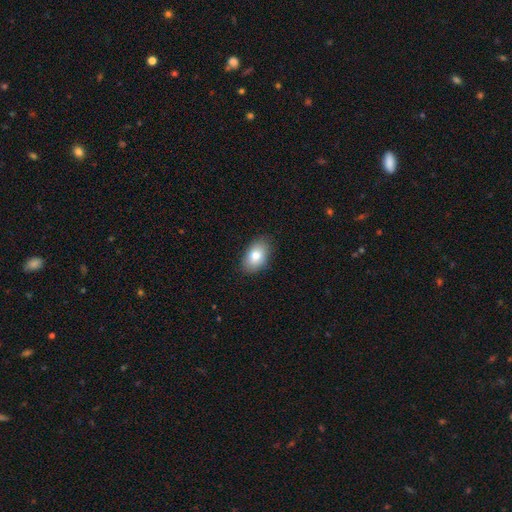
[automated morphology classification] This appears to be a smooth galaxy with no disk features (81%) that is in between round and cigar-shaped (90%). Merging: none (86%).